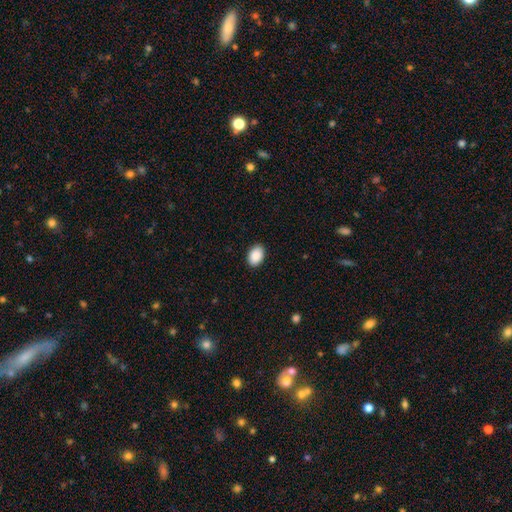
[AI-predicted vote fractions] Q: Smooth or featured?
A: smooth (91%); runner-up: star or artifact (7%)
Q: How rounded?
A: in between (85%); runner-up: round (14%)
Q: Merging?
A: none (90%); runner-up: minor disturbance (7%)